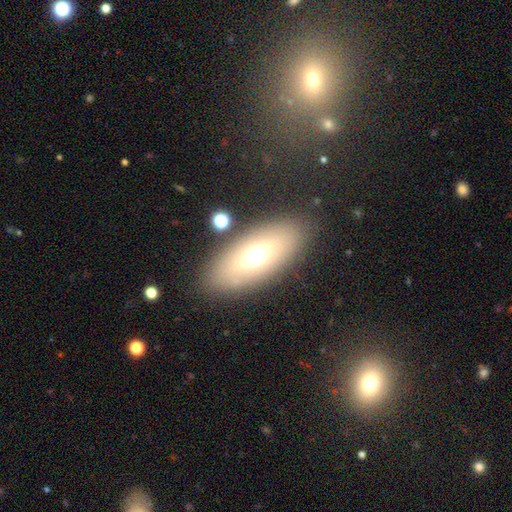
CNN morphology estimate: smooth 62%, featured or disk 27%, star or artifact 11%. Down the decision tree: how rounded — in between (81%); merging — none (82%).